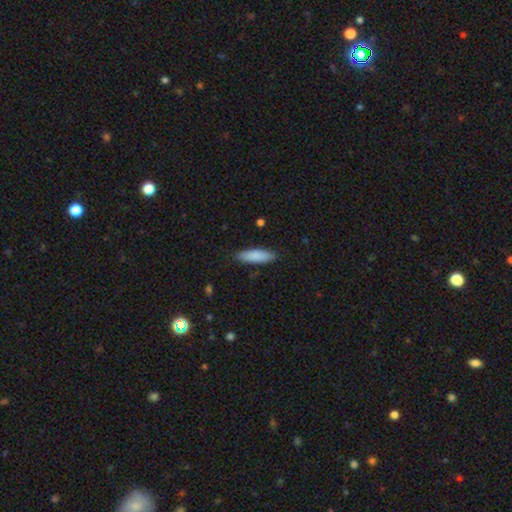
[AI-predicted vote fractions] This is clearly a smooth galaxy (86%). How rounded: possibly cigar-shaped (58%). Merging: clearly none (87%).